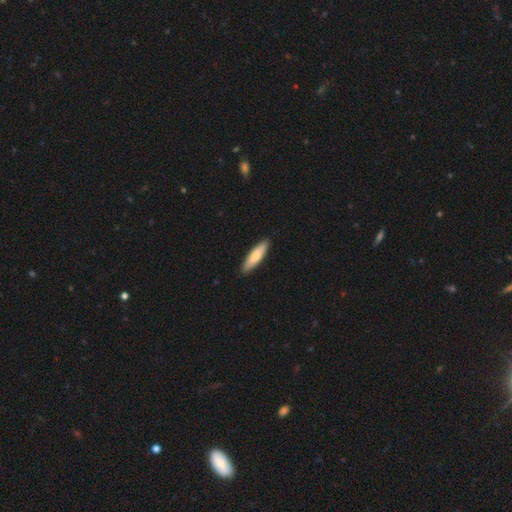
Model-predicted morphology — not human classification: A smooth galaxy with no disk features (77%) that is cigar-shaped (69%).

Vote fractions:
- Smooth or featured? smooth: 77% / featured or disk: 18% / star or artifact: 5%
- How rounded? cigar-shaped: 69% / in between: 30% / round: 1%
- Merging? none: 90% / minor disturbance: 7% / major disturbance: 1% / merger: 1%